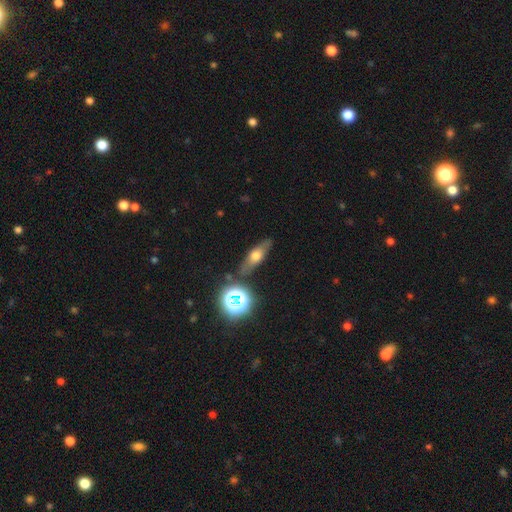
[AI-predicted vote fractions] This is possibly a smooth galaxy (48%). Merging: likely none (79%).